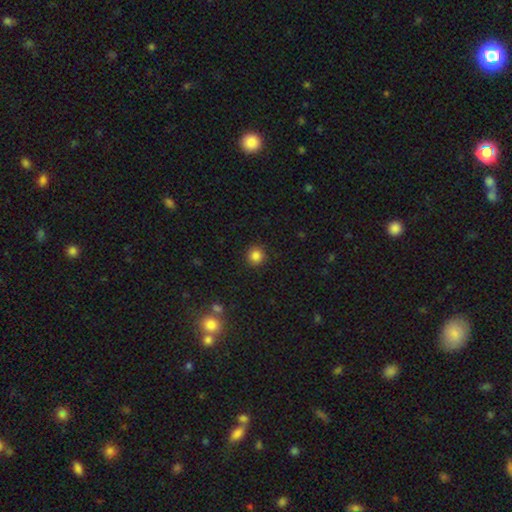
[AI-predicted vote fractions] Smooth or featured? Predicted: smooth (p=0.85). How rounded? Predicted: round (p=0.93). Merging? Predicted: none (p=0.90).